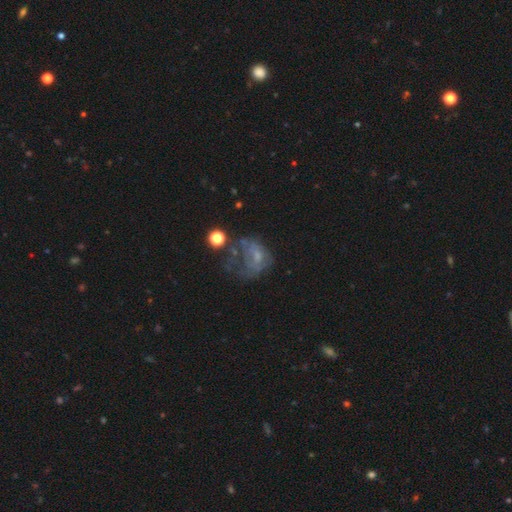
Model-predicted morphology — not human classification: Q: Smooth or featured?
A: featured or disk (47%); runner-up: smooth (34%)
Q: Merging?
A: major disturbance (47%); runner-up: none (25%)